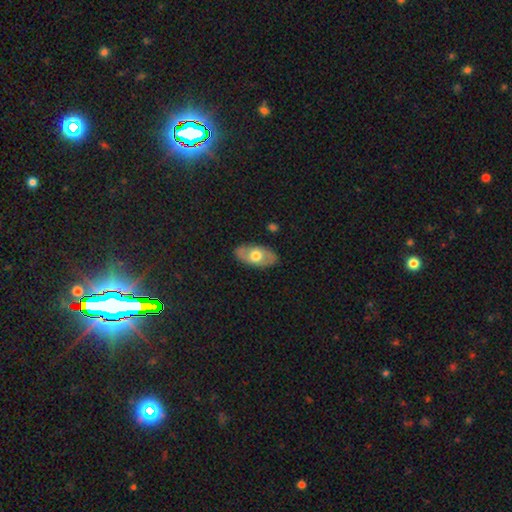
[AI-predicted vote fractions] Smooth or featured: smooth — 52% (featured or disk — 42%)
How rounded: in between — 91% (round — 6%)
Merging: none — 86% (minor disturbance — 11%)